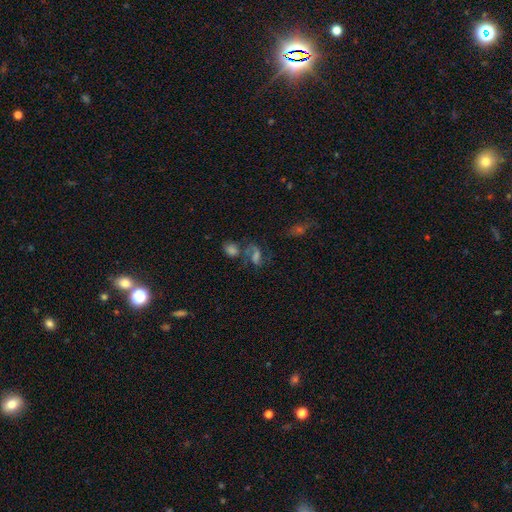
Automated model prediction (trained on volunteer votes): Smooth or featured? Predicted: featured or disk (p=0.49). Merging? Predicted: none (p=0.43).